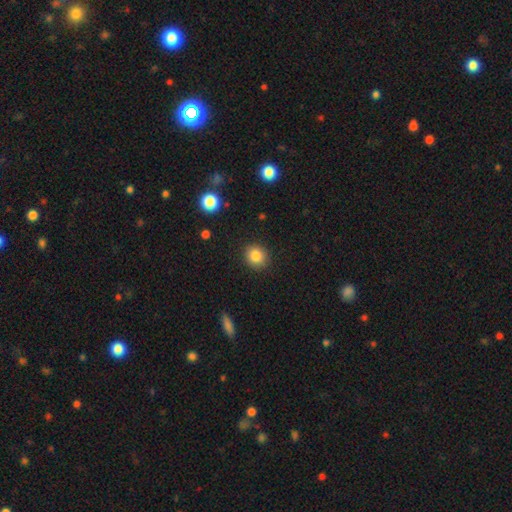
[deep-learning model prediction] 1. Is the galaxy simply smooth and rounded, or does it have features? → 84% smooth, 10% star or artifact, 6% featured or disk.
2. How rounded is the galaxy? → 80% round, 19% in between, 1% cigar-shaped.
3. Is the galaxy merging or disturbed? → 90% none, 7% minor disturbance, 2% major disturbance, 1% merger.